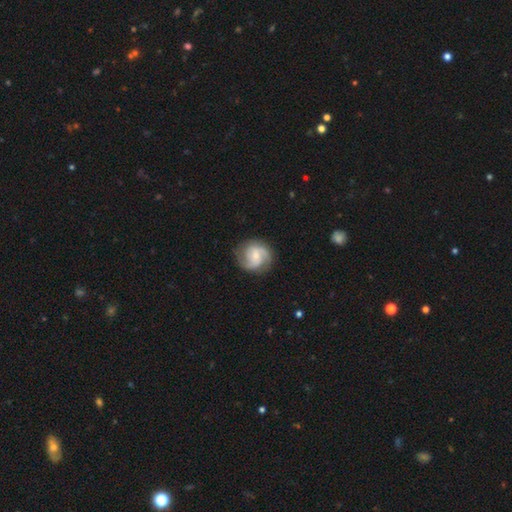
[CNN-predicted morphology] A featured or disk galaxy (72%) with no bar (50%), 2 (67%) medium (48%) spiral arms (94%) and a small central bulge (62%).

Vote fractions:
- Smooth or featured? featured or disk: 72% / smooth: 21% / star or artifact: 6%
- Edge-on disk? no: 98% / yes: 2%
- Bar? no: 50% / weak: 41% / strong: 10%
- Spiral arms? yes: 94% / no: 6%
- Spiral winding? medium: 48% / tight: 30% / loose: 22%
- Spiral arm count? 2: 67% / 3: 13% / can't tell: 11% / 1: 4% / 4: 3% / more than 4: 2%
- Bulge size? small: 62% / moderate: 31% / none: 4% / large: 2% / dominant: 1%
- Merging? none: 79% / minor disturbance: 14% / major disturbance: 6% / merger: 1%